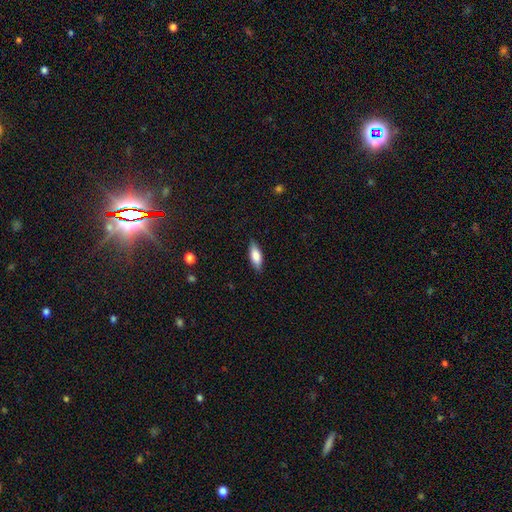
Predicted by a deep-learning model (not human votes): smooth 78%, featured or disk 16%, star or artifact 6%. Down the decision tree: how rounded — in between (69%); merging — none (85%).